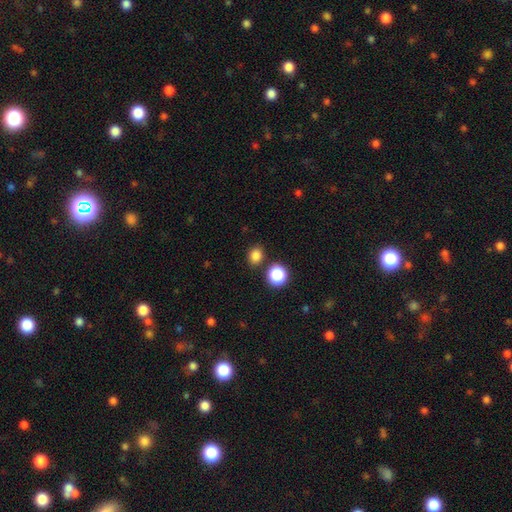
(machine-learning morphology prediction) A smooth galaxy with no disk features (82%) that is round (64%).

Vote fractions:
- Smooth or featured? smooth: 82% / star or artifact: 14% / featured or disk: 4%
- How rounded? round: 64% / in between: 35% / cigar-shaped: 1%
- Merging? none: 81% / minor disturbance: 8% / merger: 8% / major disturbance: 3%